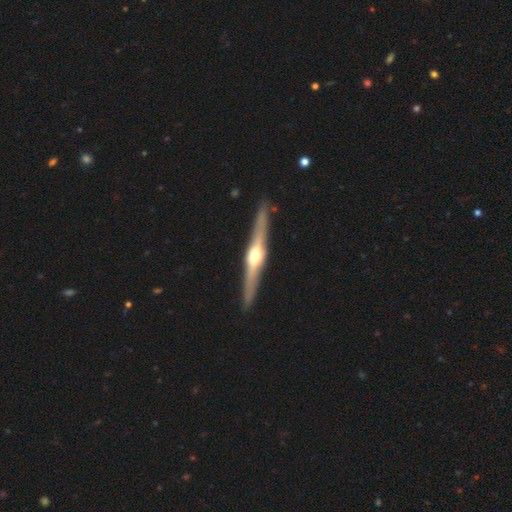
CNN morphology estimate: Smooth or featured? featured or disk (81%)
Edge-on disk? yes (98%)
Edge-on bulge? rounded (92%)
Merging? none (90%)